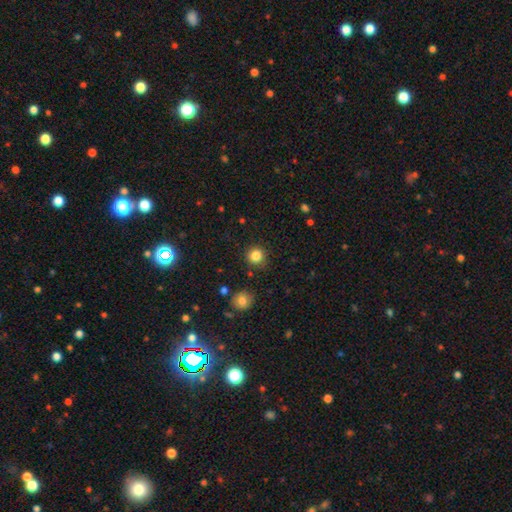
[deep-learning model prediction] Smooth or featured?
  - smooth: 84% *
  - star or artifact: 12%
  - featured or disk: 4%
How rounded?
  - round: 94% *
  - in between: 5%
  - cigar-shaped: 1%
Merging?
  - none: 87% *
  - minor disturbance: 8%
  - major disturbance: 3%
  - merger: 2%